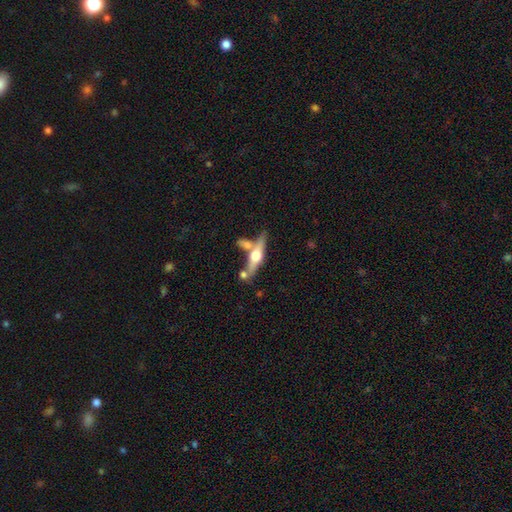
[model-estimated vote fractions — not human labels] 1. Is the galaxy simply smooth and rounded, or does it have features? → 66% featured or disk, 28% smooth, 6% star or artifact.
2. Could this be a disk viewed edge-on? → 93% yes, 7% no.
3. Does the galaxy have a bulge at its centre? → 95% rounded, 3% boxy, 2% none.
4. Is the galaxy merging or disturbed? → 58% none, 24% merger, 13% minor disturbance, 5% major disturbance.